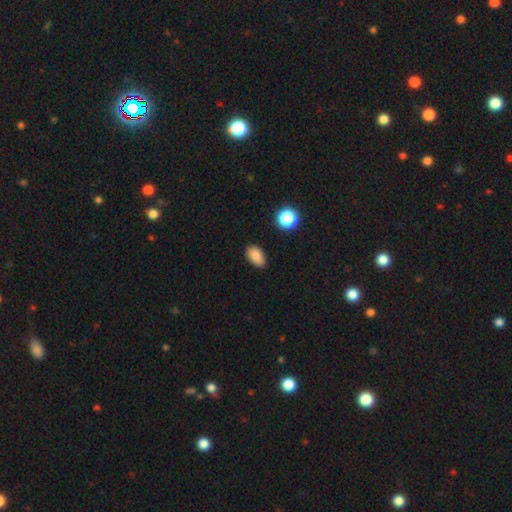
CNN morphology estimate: smooth 85%, star or artifact 9%, featured or disk 5%. Down the decision tree: how rounded — in between (91%); merging — none (82%).